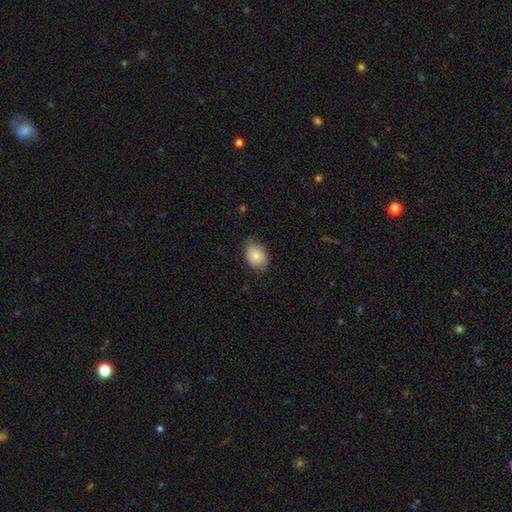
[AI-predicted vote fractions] Smooth or featured?
  - smooth: 81% *
  - featured or disk: 12%
  - star or artifact: 7%
How rounded?
  - in between: 71% *
  - round: 28%
  - cigar-shaped: 1%
Merging?
  - none: 74% *
  - minor disturbance: 22%
  - major disturbance: 3%
  - merger: 1%